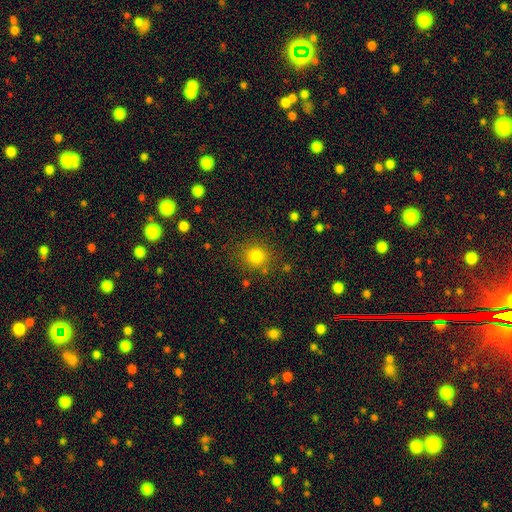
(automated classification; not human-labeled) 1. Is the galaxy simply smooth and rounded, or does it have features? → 79% smooth, 15% star or artifact, 6% featured or disk.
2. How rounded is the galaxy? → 87% round, 12% in between, 1% cigar-shaped.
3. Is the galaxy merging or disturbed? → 85% none, 9% minor disturbance, 4% major disturbance, 3% merger.